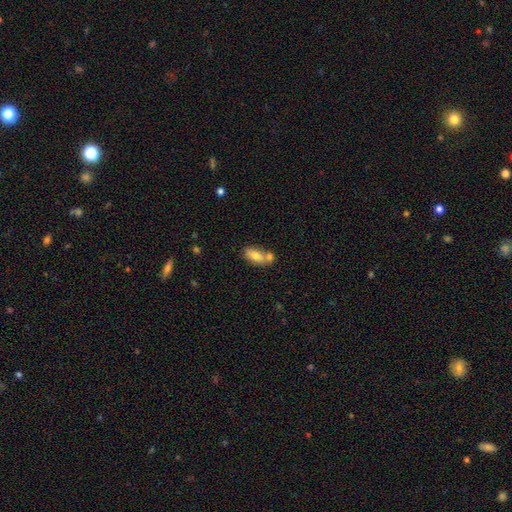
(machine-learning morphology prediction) smooth-or-featured: smooth: 71% | featured or disk: 21% | star or artifact: 7%
  how-rounded: in between: 85% | cigar-shaped: 11% | round: 5%
  merging: none: 46% | merger: 37% | minor disturbance: 13% | major disturbance: 4%